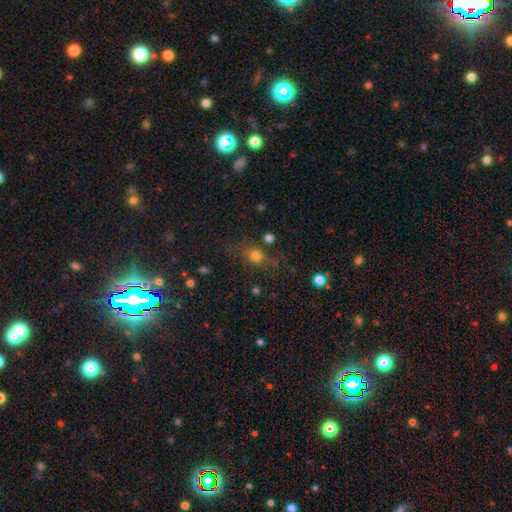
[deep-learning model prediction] Smooth or featured? Predicted: smooth (p=0.71). How rounded? Predicted: round (p=0.71). Merging? Predicted: none (p=0.65).